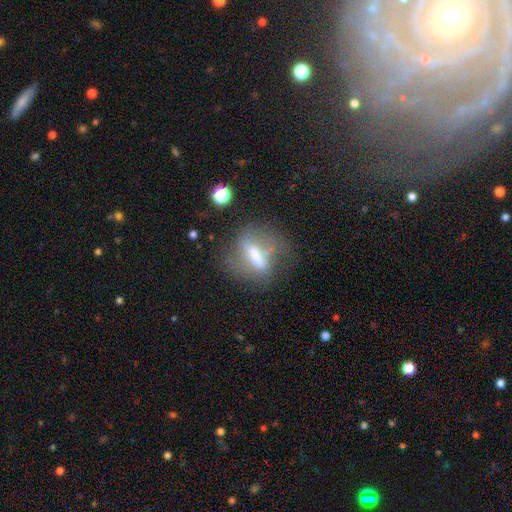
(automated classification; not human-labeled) smooth_or_featured: featured or disk (p=0.48) [alt: smooth p=0.41]
merging: none (p=0.57) [alt: minor disturbance p=0.20]